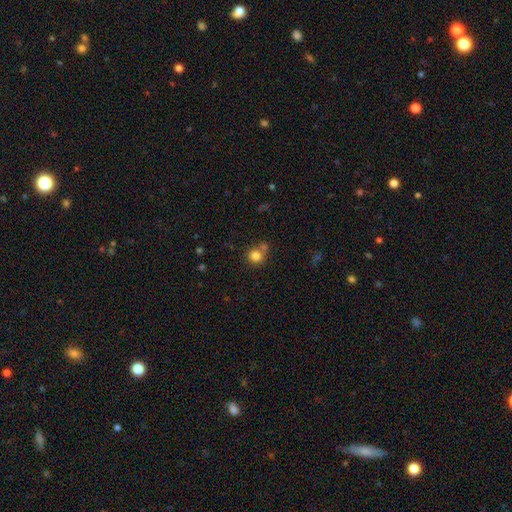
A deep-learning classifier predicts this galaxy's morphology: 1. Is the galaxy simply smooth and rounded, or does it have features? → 81% smooth, 12% star or artifact, 7% featured or disk.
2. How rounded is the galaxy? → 89% round, 10% in between, 1% cigar-shaped.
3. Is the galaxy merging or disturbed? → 61% none, 26% merger, 10% minor disturbance, 4% major disturbance.